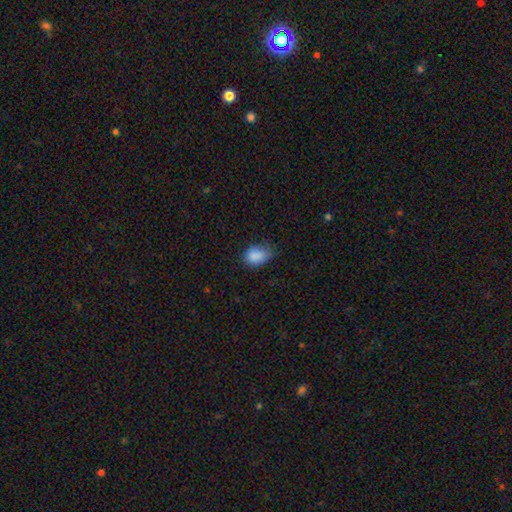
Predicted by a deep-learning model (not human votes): smooth_or_featured: smooth (p=0.87) [alt: star or artifact p=0.09]
how_rounded: in between (p=0.76) [alt: round p=0.22]
merging: none (p=0.60) [alt: minor disturbance p=0.32]